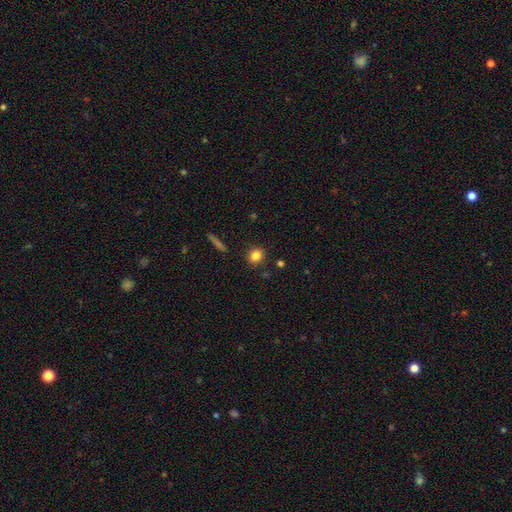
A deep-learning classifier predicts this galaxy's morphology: Q: Smooth or featured?
A: smooth (83%); runner-up: star or artifact (10%)
Q: How rounded?
A: round (83%); runner-up: in between (15%)
Q: Merging?
A: none (89%); runner-up: minor disturbance (7%)